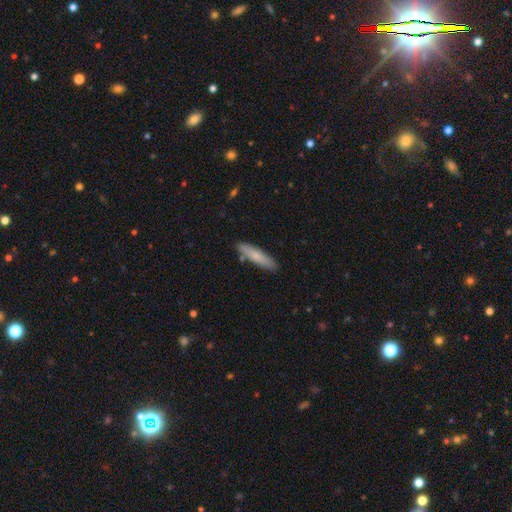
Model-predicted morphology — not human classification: This is likely a smooth galaxy (75%). How rounded: clearly cigar-shaped (81%). Merging: clearly none (85%).